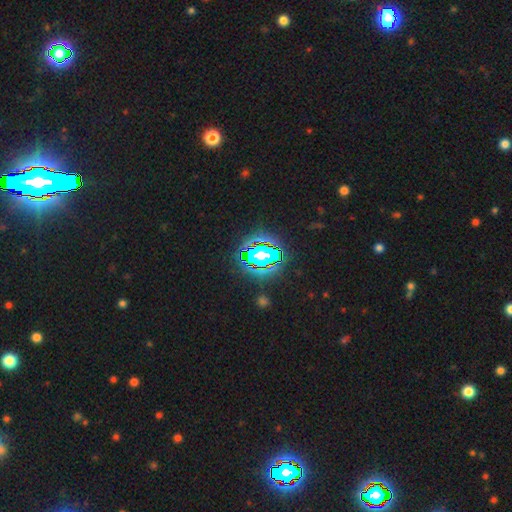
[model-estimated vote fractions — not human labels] A star or artifact, not a galaxy (73%).

Vote fractions:
- Smooth or featured? star or artifact: 73% / smooth: 16% / featured or disk: 10%